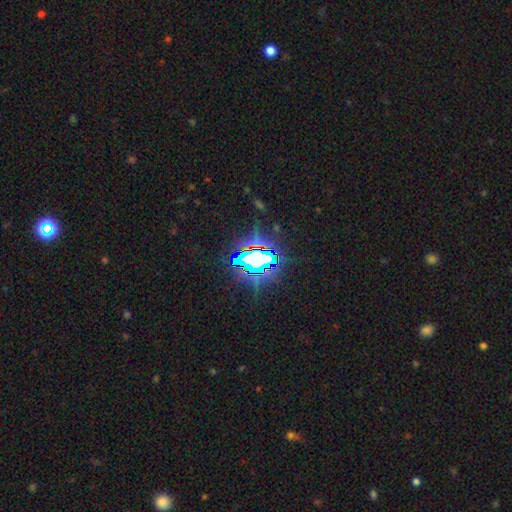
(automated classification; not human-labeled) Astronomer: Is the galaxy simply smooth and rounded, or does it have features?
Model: star or artifact — 81%.